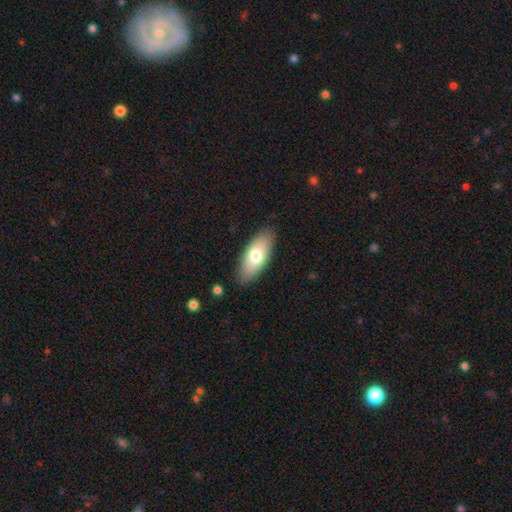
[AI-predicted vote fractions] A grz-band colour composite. It shows a smooth galaxy with no disk features (72%) that is in between round and cigar-shaped (83%). Merging: none (87%).